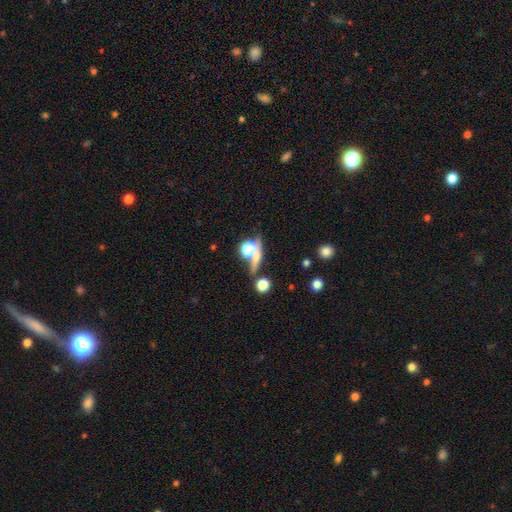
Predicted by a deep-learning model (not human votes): smooth-or-featured: smooth: 48% | featured or disk: 31% | star or artifact: 21%
  merging: none: 60% | merger: 21% | minor disturbance: 12% | major disturbance: 7%